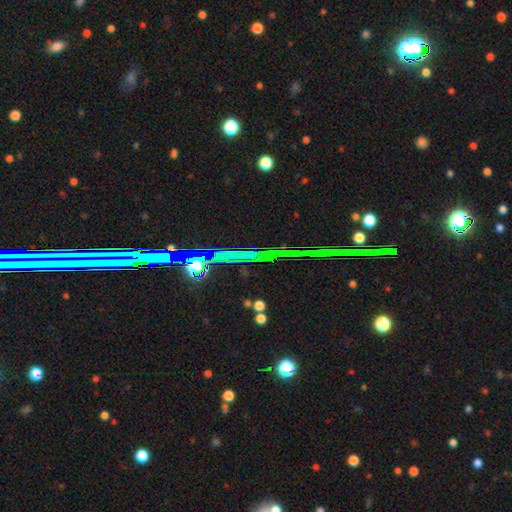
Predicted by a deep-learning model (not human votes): smooth_or_featured: star or artifact (p=0.73) [alt: featured or disk p=0.17]